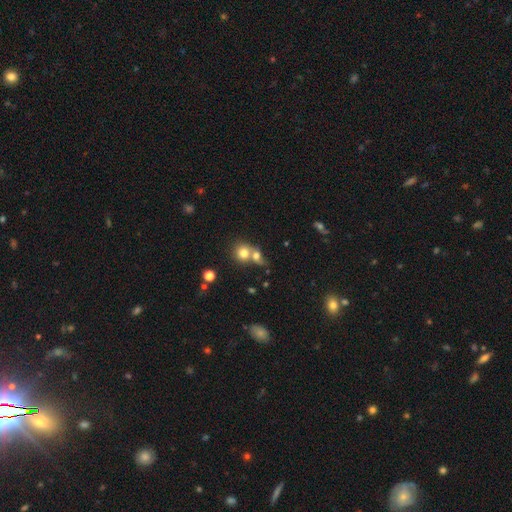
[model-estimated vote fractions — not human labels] smooth 60%, star or artifact 26%, featured or disk 14%. Down the decision tree: how rounded — round (81%); merging — none (52%).